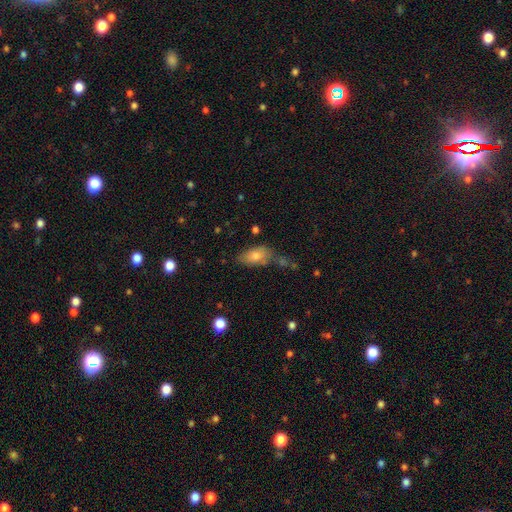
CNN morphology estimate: This is likely a smooth galaxy (71%). How rounded: clearly in between (86%). Merging: possibly none (59%).